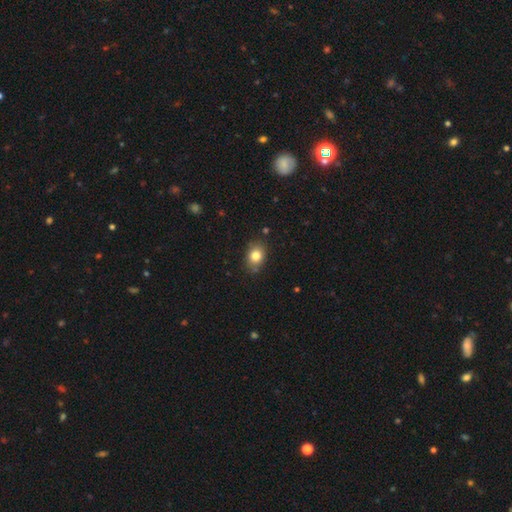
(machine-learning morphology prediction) Smooth or featured?
  - smooth: 82% *
  - star or artifact: 10%
  - featured or disk: 9%
How rounded?
  - in between: 60% *
  - round: 39%
  - cigar-shaped: 1%
Merging?
  - none: 82% *
  - minor disturbance: 13%
  - major disturbance: 3%
  - merger: 2%